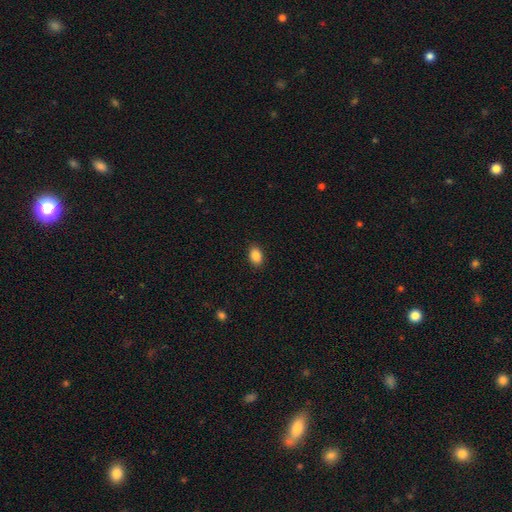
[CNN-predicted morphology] This appears to be a smooth galaxy with no disk features (87%) that is in between round and cigar-shaped (81%). Merging: none (90%).